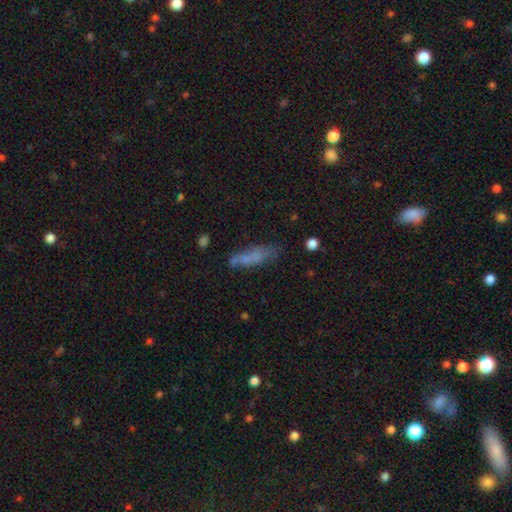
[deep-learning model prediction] smooth 62%, featured or disk 26%, star or artifact 12%. Down the decision tree: how rounded — cigar-shaped (64%); merging — none (55%).